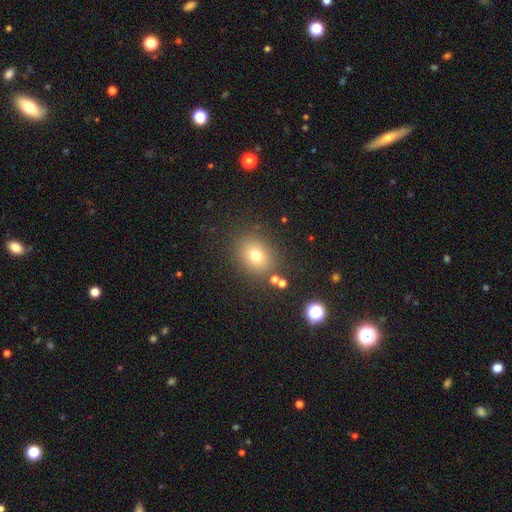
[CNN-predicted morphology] A smooth galaxy with no disk features (73%) that is round (62%).

Vote fractions:
- Smooth or featured? smooth: 73% / star or artifact: 16% / featured or disk: 11%
- How rounded? round: 62% / in between: 37% / cigar-shaped: 1%
- Merging? none: 83% / minor disturbance: 9% / major disturbance: 4% / merger: 4%